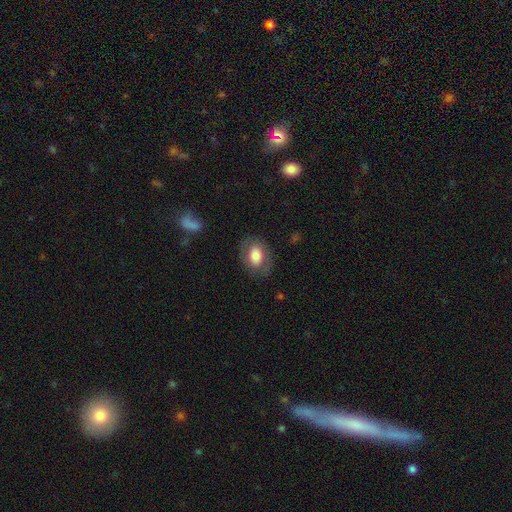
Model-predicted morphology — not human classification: smooth-or-featured: smooth: 71% | featured or disk: 22% | star or artifact: 7%
  how-rounded: in between: 75% | round: 24% | cigar-shaped: 1%
  merging: none: 77% | minor disturbance: 14% | major disturbance: 7% | merger: 1%